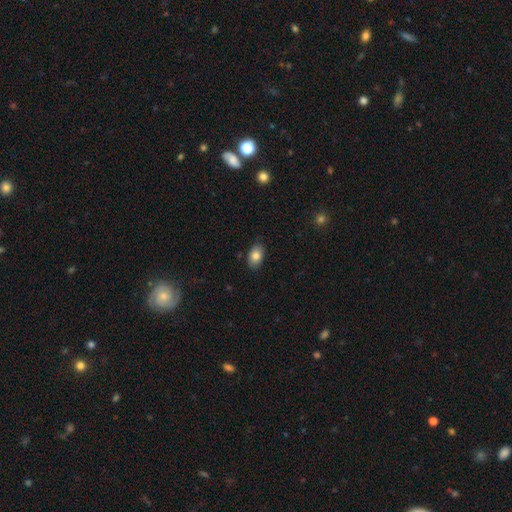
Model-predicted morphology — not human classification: Q: Smooth or featured?
A: smooth (81%); runner-up: featured or disk (11%)
Q: How rounded?
A: in between (89%); runner-up: round (10%)
Q: Merging?
A: none (85%); runner-up: minor disturbance (12%)